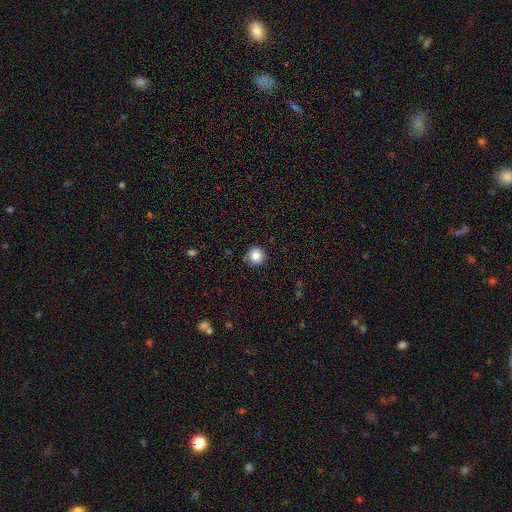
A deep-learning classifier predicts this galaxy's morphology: smooth_or_featured: smooth (p=0.85) [alt: star or artifact p=0.10]
how_rounded: round (p=0.95) [alt: in between p=0.04]
merging: none (p=0.91) [alt: minor disturbance p=0.07]